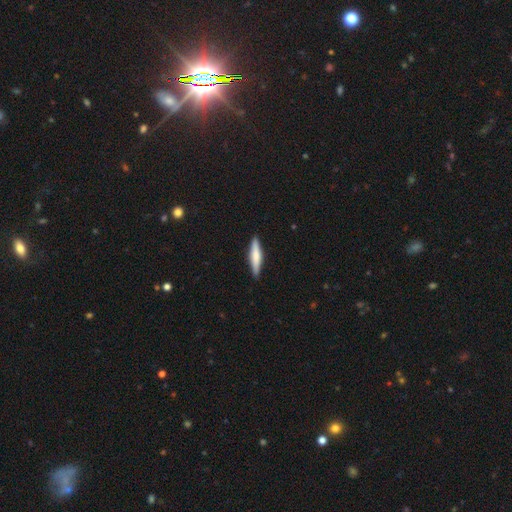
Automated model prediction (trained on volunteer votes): Q: Smooth or featured?
A: smooth (57%); runner-up: featured or disk (37%)
Q: How rounded?
A: cigar-shaped (86%); runner-up: in between (13%)
Q: Merging?
A: none (90%); runner-up: minor disturbance (8%)